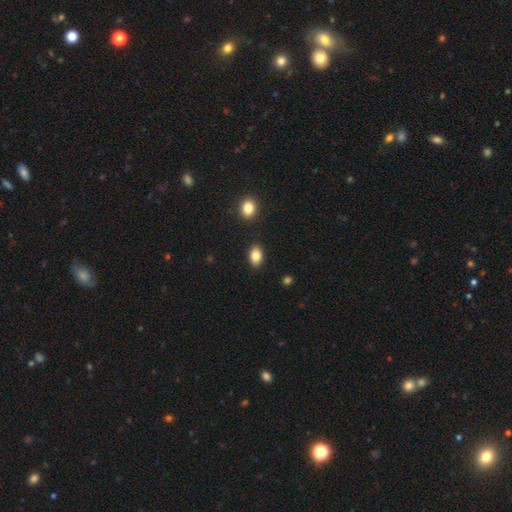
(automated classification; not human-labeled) smooth_or_featured: smooth (p=0.85) [alt: star or artifact p=0.08]
how_rounded: in between (p=0.84) [alt: round p=0.15]
merging: none (p=0.87) [alt: minor disturbance p=0.08]